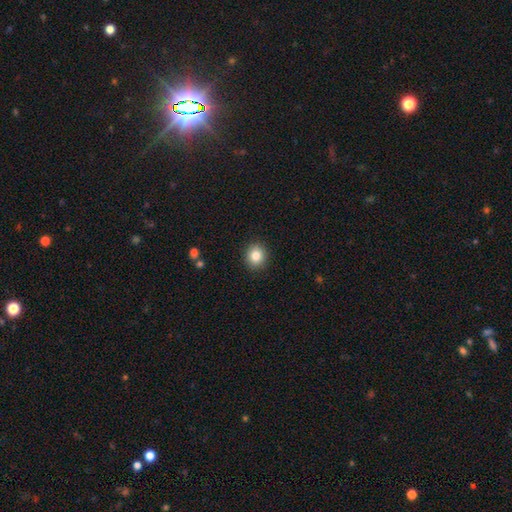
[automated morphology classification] smooth 83%, star or artifact 10%, featured or disk 7%. Down the decision tree: how rounded — round (83%); merging — none (91%).